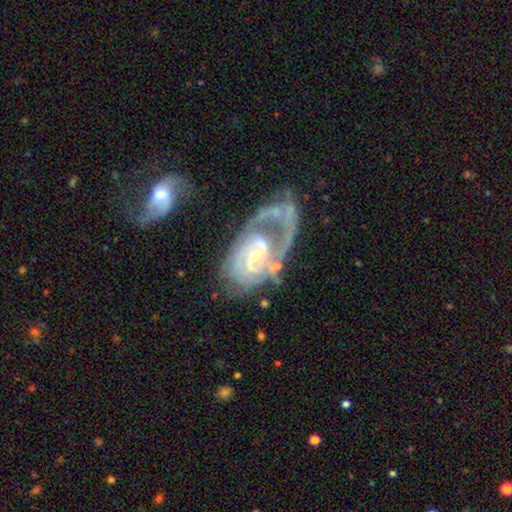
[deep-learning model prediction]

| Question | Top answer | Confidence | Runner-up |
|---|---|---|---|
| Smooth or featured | featured or disk | 86% | smooth (8%) |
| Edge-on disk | no | 97% | yes (3%) |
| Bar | weak | 45% | no (42%) |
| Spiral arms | yes | 91% | no (9%) |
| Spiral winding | tight | 48% | medium (36%) |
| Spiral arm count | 2 | 40% | can't tell (25%) |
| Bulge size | moderate | 48% | small (46%) |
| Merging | major disturbance | 36% | none (27%) |